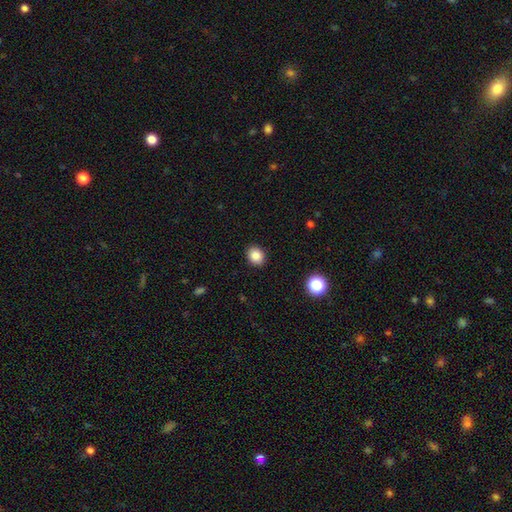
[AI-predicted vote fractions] Overall: smooth (85%). How rounded: round (59%; in between 40%). Merging: none (91%).